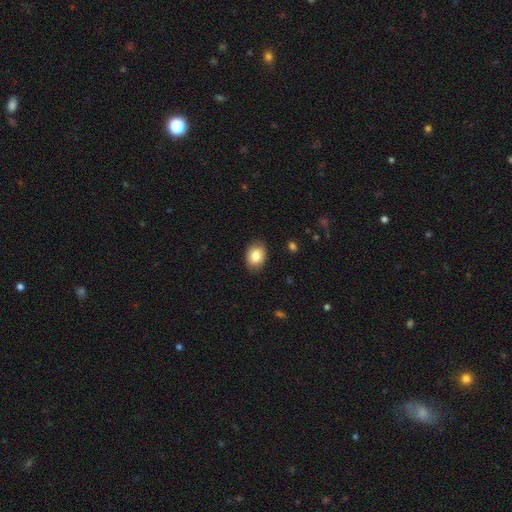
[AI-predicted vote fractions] The model was most divided on "how rounded": in between: 75%, round: 24%, cigar-shaped: 1%. More confident: merging — none (86%); smooth or featured — smooth (84%).